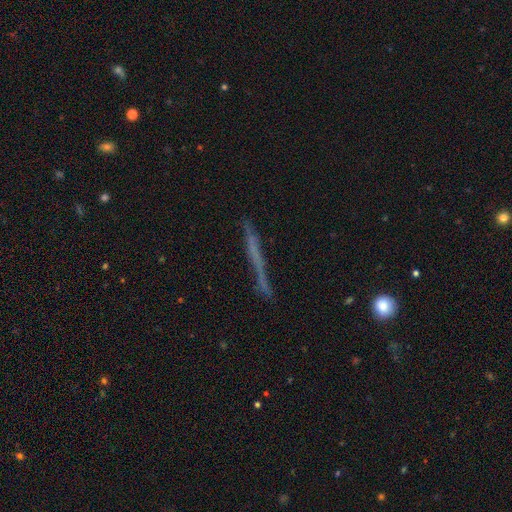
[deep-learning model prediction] This is possibly a featured or disk galaxy (49%). Merging: likely none (79%).